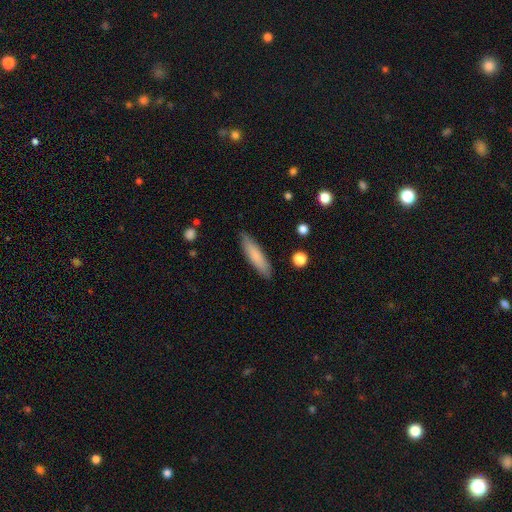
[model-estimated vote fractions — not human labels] smooth 79%, featured or disk 15%, star or artifact 6%. Down the decision tree: how rounded — cigar-shaped (78%); merging — none (87%).